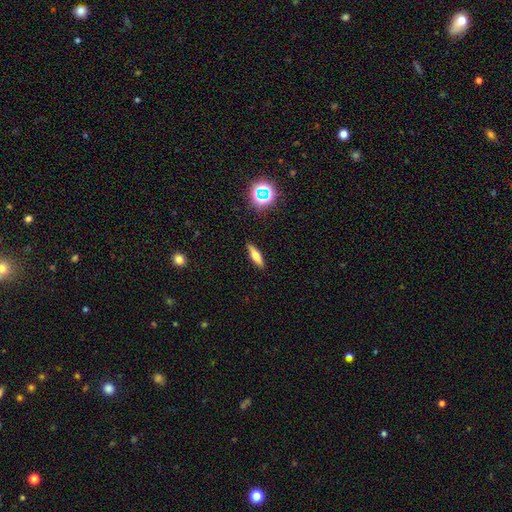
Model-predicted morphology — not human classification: type=smooth (58%); roundness=cigar-shaped (68%); merging=none (88%).